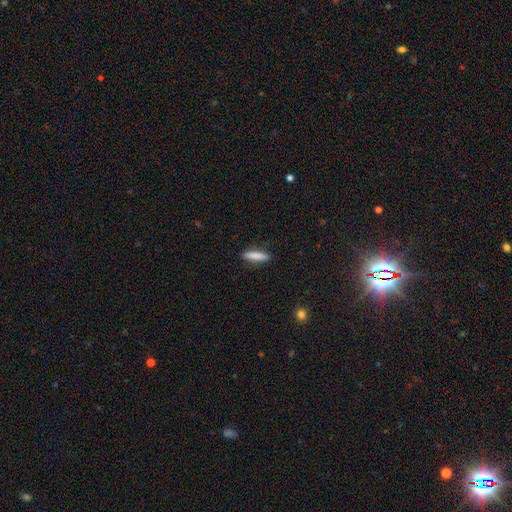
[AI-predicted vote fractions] This appears to be a smooth galaxy with no disk features (85%) that is cigar-shaped (80%). Merging: none (89%).